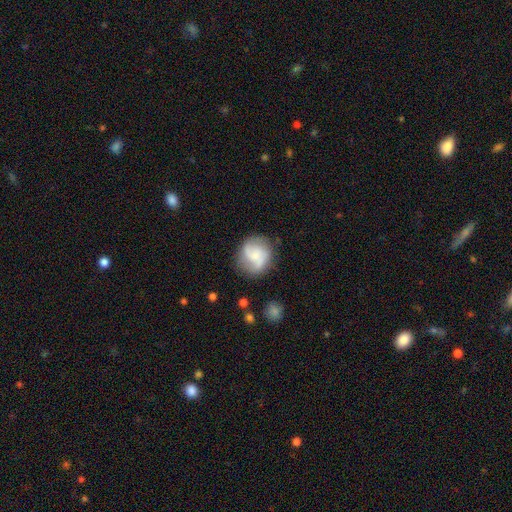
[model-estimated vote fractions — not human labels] This appears to be a featured or disk galaxy (55%) with no bar (57%), spiral arms (90%) and a small central bulge (50%). Merging: none (74%).